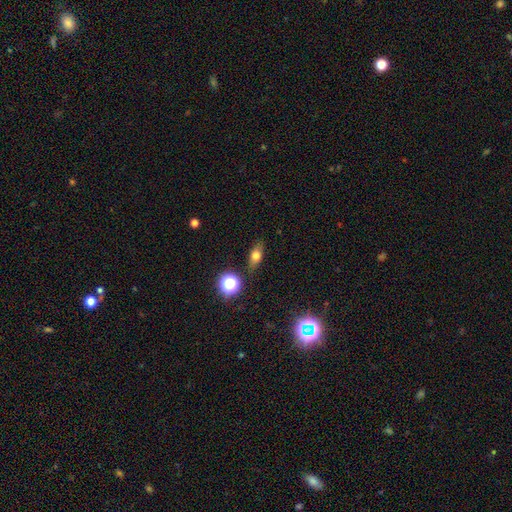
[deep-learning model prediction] Q: Smooth or featured?
A: smooth (69%); runner-up: featured or disk (18%)
Q: How rounded?
A: in between (67%); runner-up: round (18%)
Q: Merging?
A: none (84%); runner-up: minor disturbance (11%)